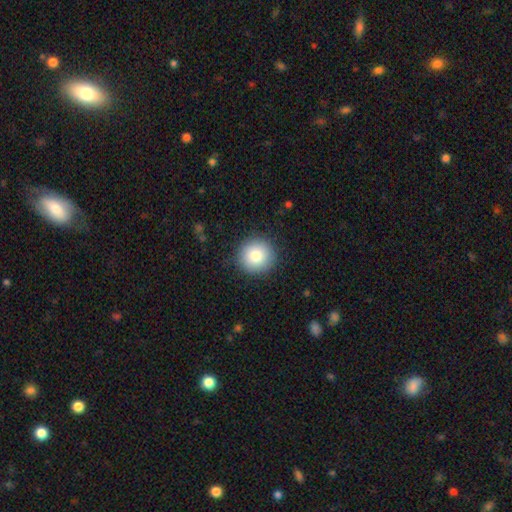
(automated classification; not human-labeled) Morphology: type=smooth (82%); roundness=round (93%); merging=none (90%).